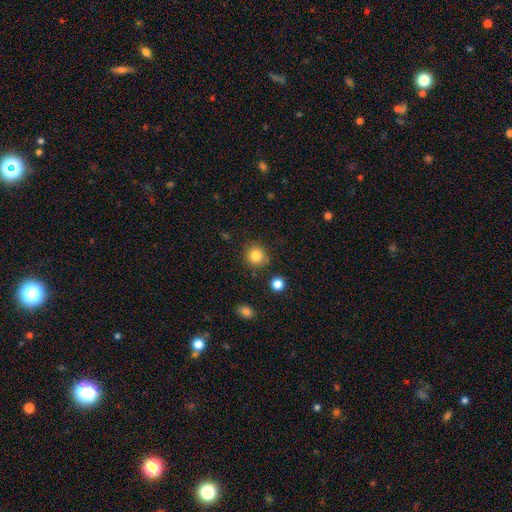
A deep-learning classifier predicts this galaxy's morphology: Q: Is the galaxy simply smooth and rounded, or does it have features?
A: smooth — 83%.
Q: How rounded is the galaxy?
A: round — 91%.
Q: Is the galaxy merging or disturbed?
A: none — 86%.